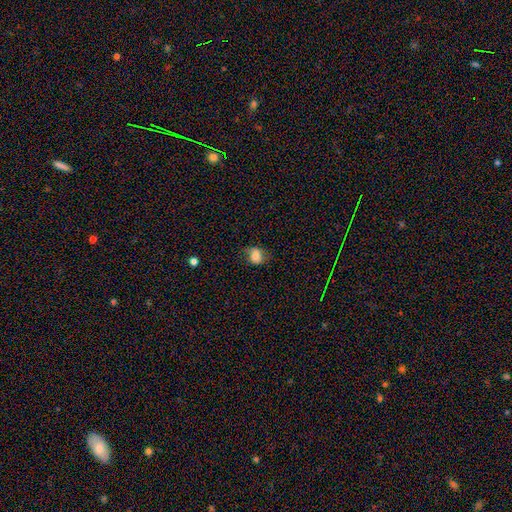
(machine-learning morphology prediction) Smooth or featured?
  - smooth: 73% *
  - featured or disk: 15%
  - star or artifact: 12%
How rounded?
  - in between: 56% *
  - round: 43%
  - cigar-shaped: 1%
Merging?
  - none: 54% *
  - minor disturbance: 30%
  - major disturbance: 14%
  - merger: 2%